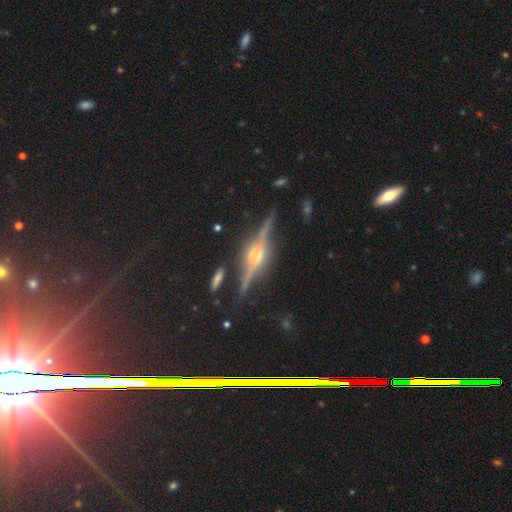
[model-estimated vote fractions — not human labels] Overall: featured or disk (82%). Edge-on disk: yes (96%). Edge-on bulge: rounded (82%). Merging: none (86%).